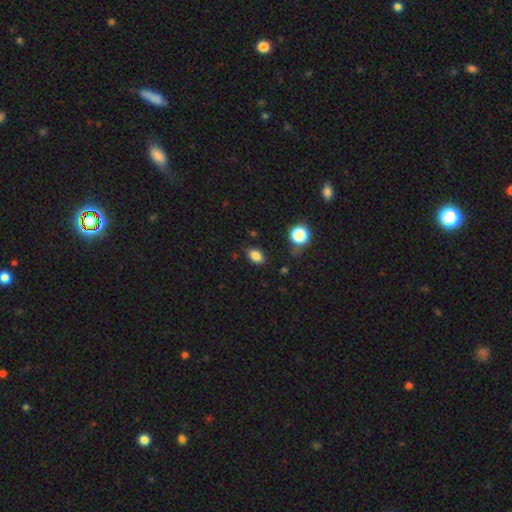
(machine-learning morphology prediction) smooth 84%, star or artifact 11%, featured or disk 5%. Down the decision tree: how rounded — in between (82%); merging — none (82%).